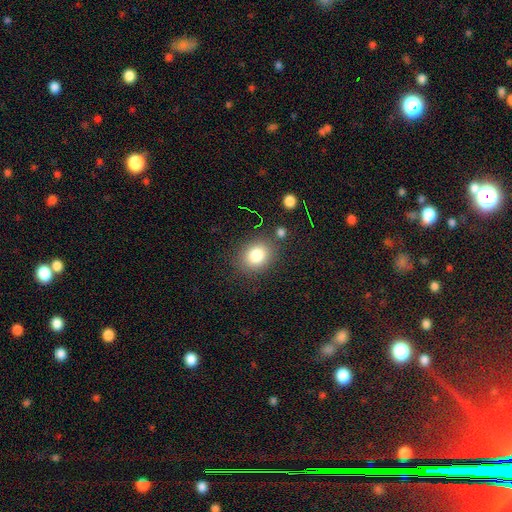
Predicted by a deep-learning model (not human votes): Smooth or featured: smooth — 79% (star or artifact — 15%)
How rounded: round — 67% (in between — 32%)
Merging: none — 87% (minor disturbance — 8%)